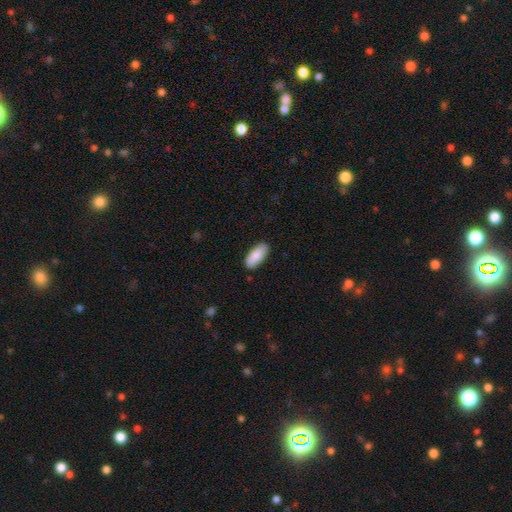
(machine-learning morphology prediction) Smooth or featured? Predicted: smooth (p=0.81). How rounded? Predicted: in between (p=0.88). Merging? Predicted: none (p=0.85).